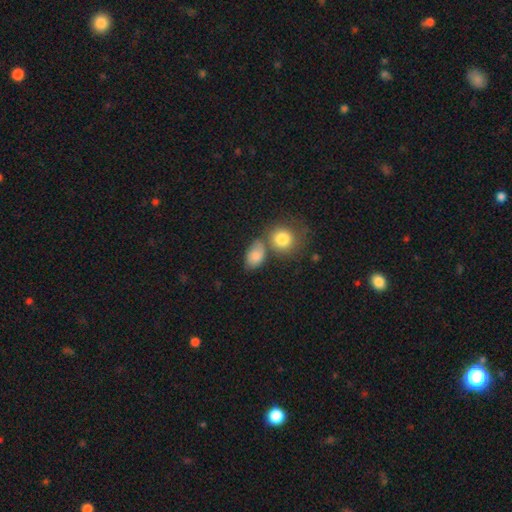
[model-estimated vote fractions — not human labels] smooth 81%, featured or disk 10%, star or artifact 9%. Down the decision tree: how rounded — in between (77%); merging — none (49%).